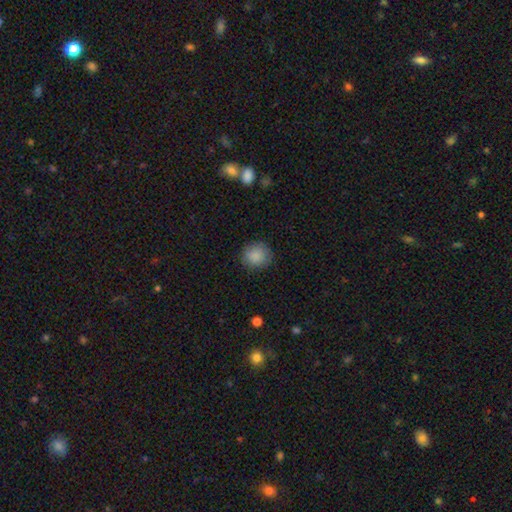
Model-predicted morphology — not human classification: This is clearly a smooth galaxy (88%). How rounded: clearly round (87%). Merging: clearly none (87%).